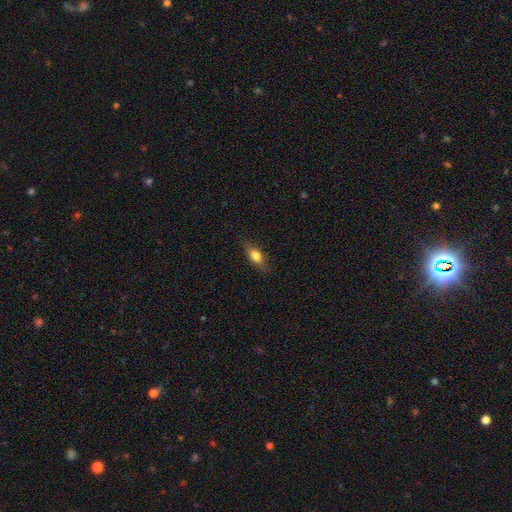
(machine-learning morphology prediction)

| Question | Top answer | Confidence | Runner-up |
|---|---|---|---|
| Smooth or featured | smooth | 72% | featured or disk (20%) |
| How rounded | in between | 71% | cigar-shaped (22%) |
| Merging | none | 81% | minor disturbance (15%) |